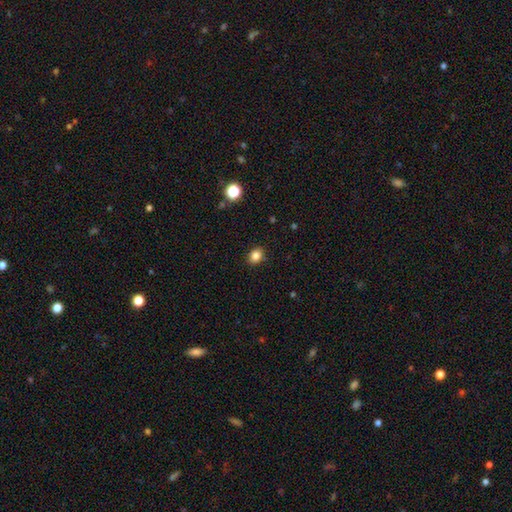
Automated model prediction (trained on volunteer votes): Smooth or featured: smooth — 84% (star or artifact — 11%)
How rounded: in between — 55% (round — 44%)
Merging: none — 89% (minor disturbance — 8%)